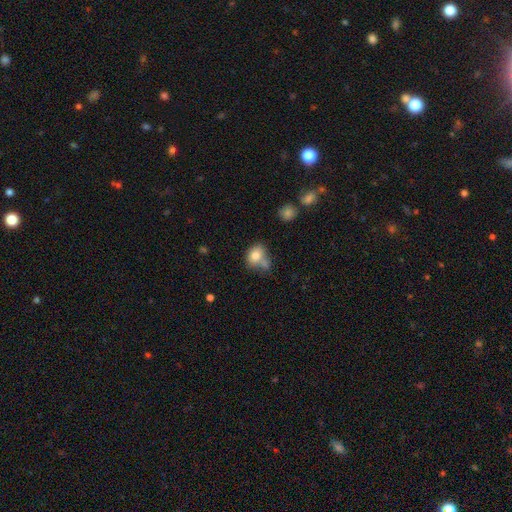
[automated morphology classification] smooth 77%, featured or disk 13%, star or artifact 10%. Down the decision tree: how rounded — round (52%); merging — none (44%).